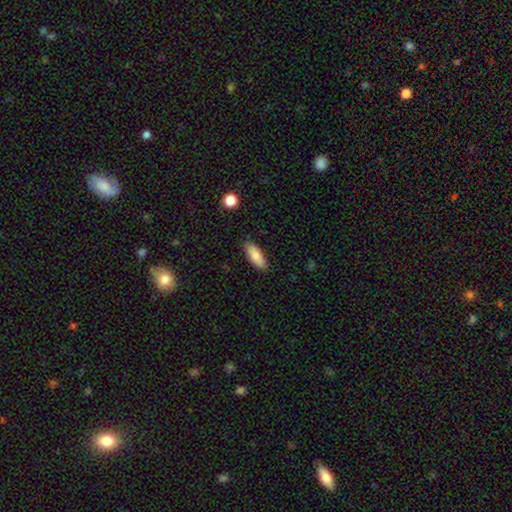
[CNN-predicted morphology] Overall: smooth (85%). How rounded: in between (73%). Merging: none (84%).